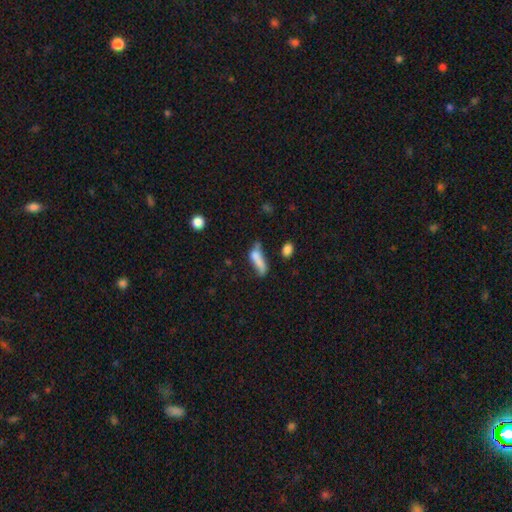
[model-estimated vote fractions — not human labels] This is likely a smooth galaxy (69%). How rounded: possibly in between (50%). Merging: marginally none (29%).